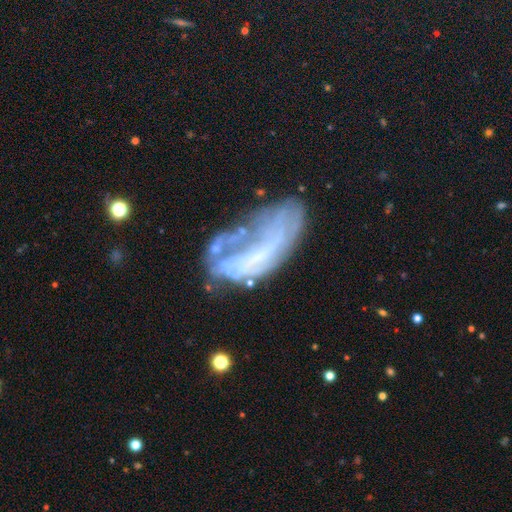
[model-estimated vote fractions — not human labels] Overall: featured or disk (62%; smooth 26%). Edge-on disk: no (92%). Bar: no (60%; weak 24%). Spiral arms: no (57%; yes 43%). Bulge size: none (51%; small 37%). Merging: none (34%; major disturbance 33%).